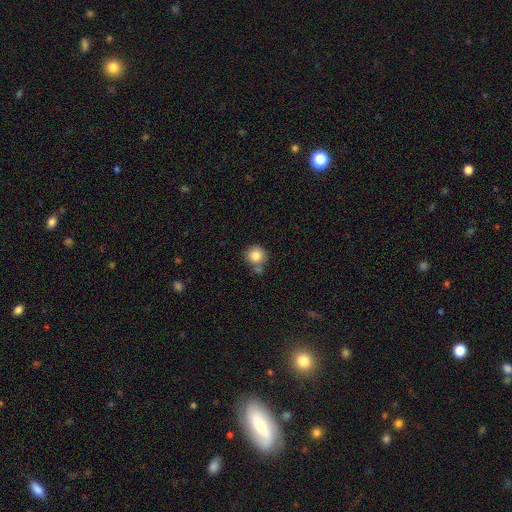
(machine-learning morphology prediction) The model was most divided on "merging": none: 63%, merger: 19%, minor disturbance: 14%, major disturbance: 4%. More confident: how rounded — round (91%); smooth or featured — smooth (83%).